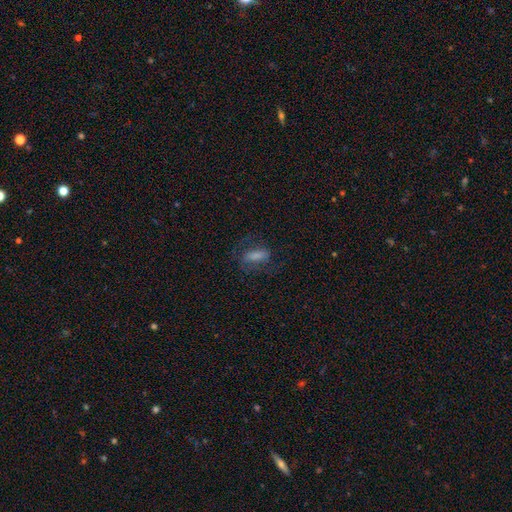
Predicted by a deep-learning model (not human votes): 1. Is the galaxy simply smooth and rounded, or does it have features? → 48% smooth, 34% featured or disk, 18% star or artifact.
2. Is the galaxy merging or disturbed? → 71% none, 16% minor disturbance, 12% major disturbance, 1% merger.